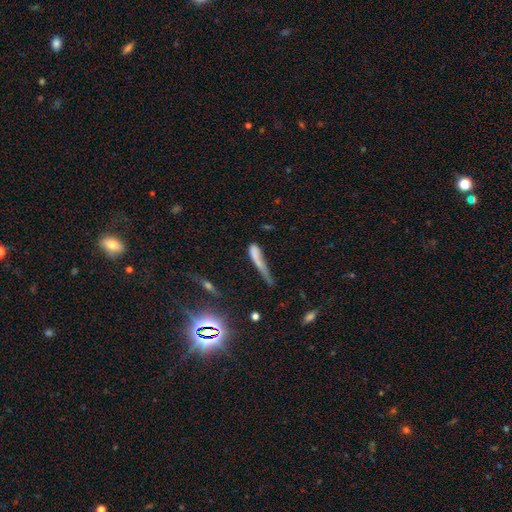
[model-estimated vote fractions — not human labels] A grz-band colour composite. It shows a smooth galaxy with no disk features (62%) that is cigar-shaped (76%). Merging: major disturbance (33%).